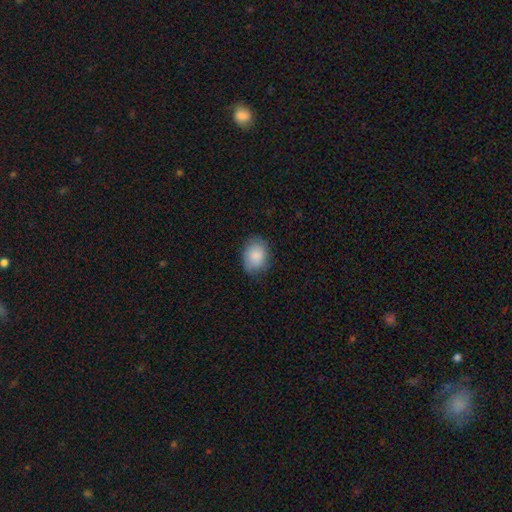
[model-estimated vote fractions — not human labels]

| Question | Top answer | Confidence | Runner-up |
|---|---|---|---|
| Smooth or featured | smooth | 86% | featured or disk (7%) |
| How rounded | in between | 67% | round (32%) |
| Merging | none | 77% | minor disturbance (18%) |